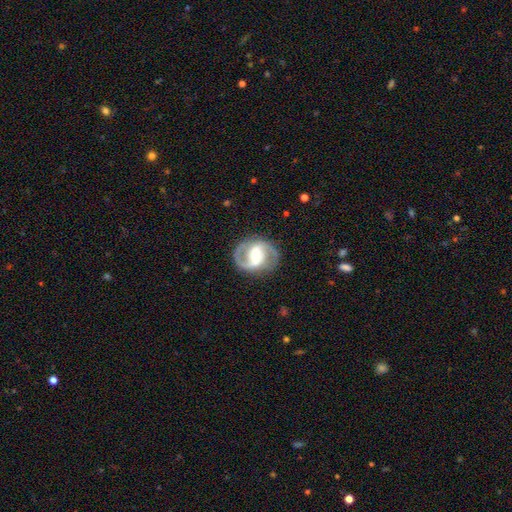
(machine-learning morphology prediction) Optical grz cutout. It shows a featured or disk galaxy (87%) with a strong bar (54%), 2 (92%) medium (57%) spiral arms (95%) and a moderate central bulge (49%). Merging: none (81%).